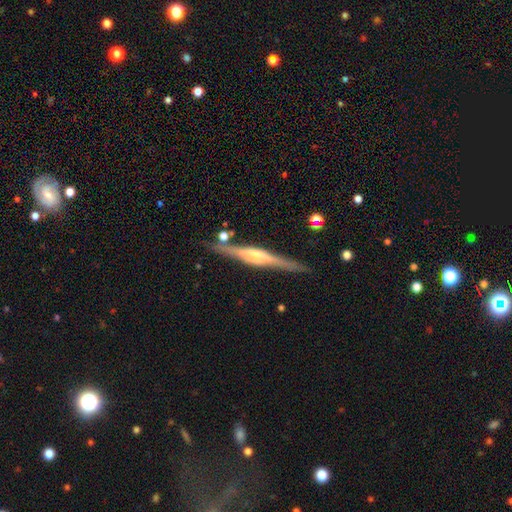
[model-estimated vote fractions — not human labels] Smooth or featured? Predicted: featured or disk (p=0.78). Edge-on disk? Predicted: yes (p=0.97). Edge-on bulge? Predicted: rounded (p=0.77). Merging? Predicted: none (p=0.84).